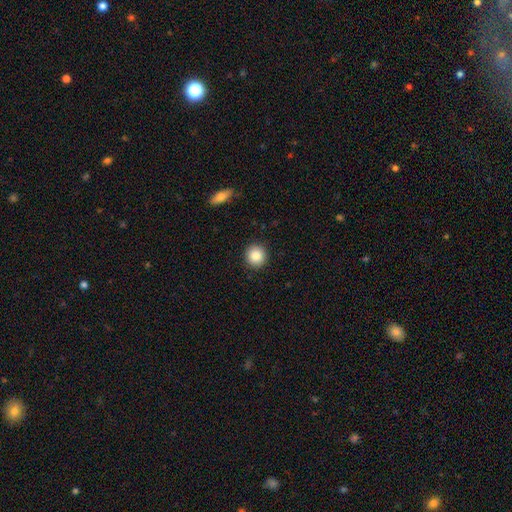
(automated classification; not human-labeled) Smooth or featured? Predicted: smooth (p=0.86). How rounded? Predicted: round (p=0.92). Merging? Predicted: none (p=0.92).